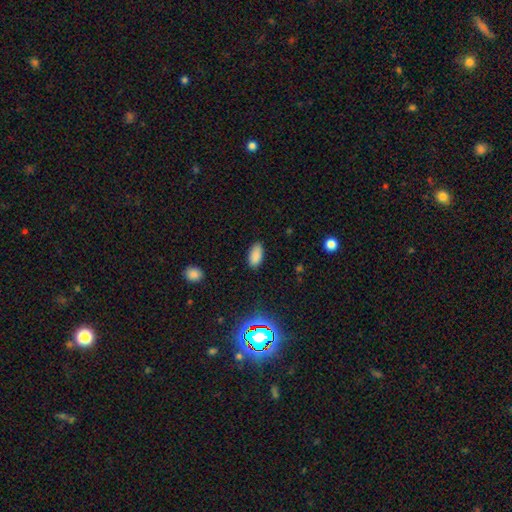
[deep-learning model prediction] smooth 85%, star or artifact 11%, featured or disk 4%. Down the decision tree: how rounded — in between (93%); merging — none (83%).